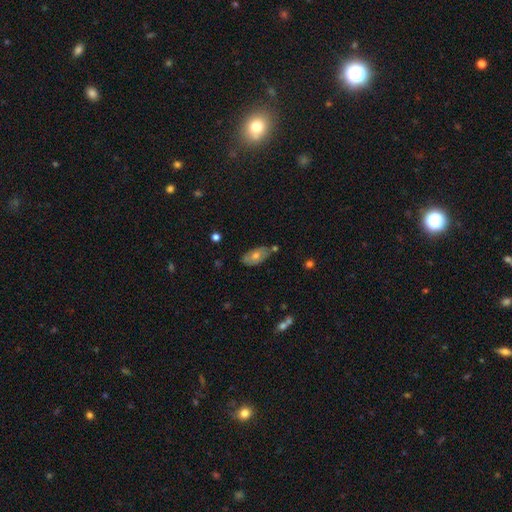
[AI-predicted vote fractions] This appears to be a smooth galaxy with no disk features (51%) that is in between round and cigar-shaped (91%). Merging: none (67%).